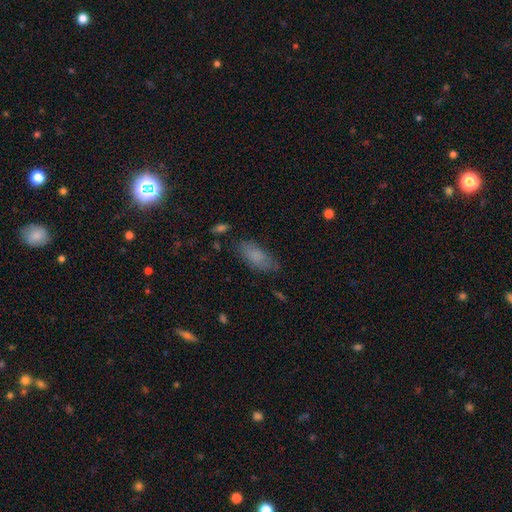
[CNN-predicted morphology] Q: Smooth or featured?
A: smooth (80%); runner-up: featured or disk (11%)
Q: How rounded?
A: in between (83%); runner-up: cigar-shaped (15%)
Q: Merging?
A: none (74%); runner-up: minor disturbance (19%)